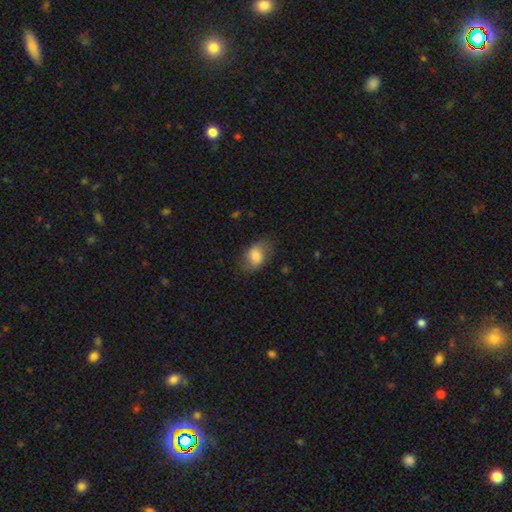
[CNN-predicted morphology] Q: Smooth or featured?
A: smooth (76%); runner-up: featured or disk (17%)
Q: How rounded?
A: in between (79%); runner-up: round (19%)
Q: Merging?
A: none (70%); runner-up: minor disturbance (21%)